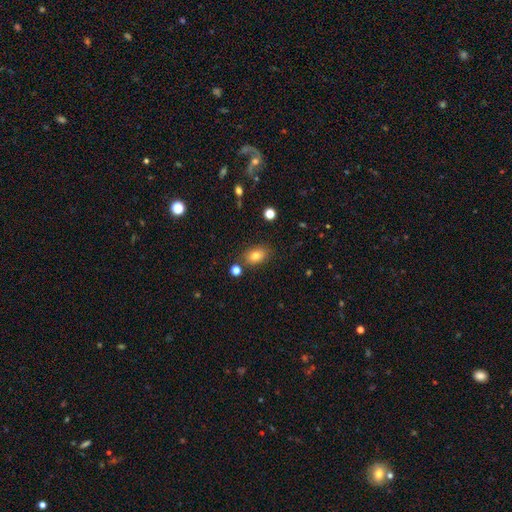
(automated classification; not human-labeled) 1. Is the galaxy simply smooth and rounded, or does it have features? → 80% smooth, 10% star or artifact, 9% featured or disk.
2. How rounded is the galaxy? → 81% in between, 17% round, 2% cigar-shaped.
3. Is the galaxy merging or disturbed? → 80% none, 12% minor disturbance, 4% merger, 3% major disturbance.